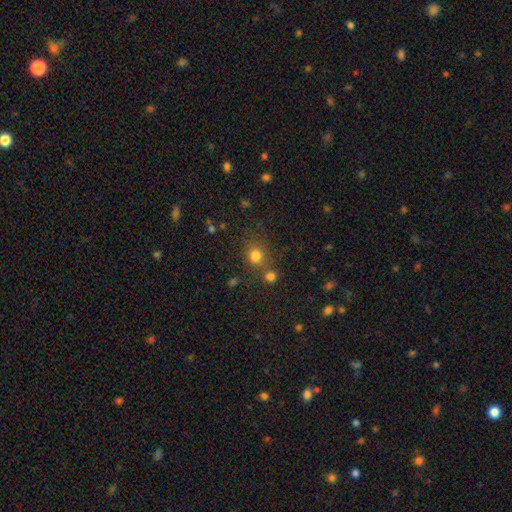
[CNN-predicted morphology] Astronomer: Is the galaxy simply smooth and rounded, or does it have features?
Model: smooth — 78%.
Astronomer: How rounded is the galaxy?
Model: round — 80%.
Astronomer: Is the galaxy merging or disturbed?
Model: none — 65%.